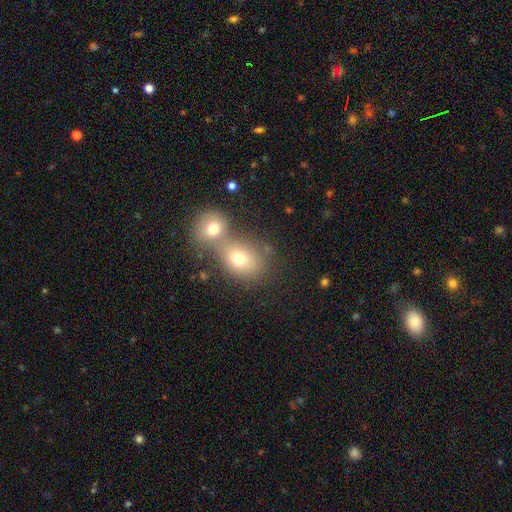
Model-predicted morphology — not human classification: smooth 67%, star or artifact 18%, featured or disk 16%. Down the decision tree: how rounded — round (62%); merging — merger (56%).